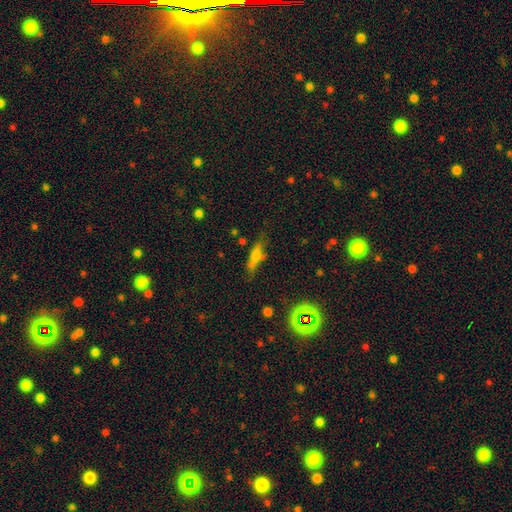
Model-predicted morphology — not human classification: A smooth galaxy with no disk features (51%) that is cigar-shaped (70%).

Vote fractions:
- Smooth or featured? smooth: 51% / featured or disk: 36% / star or artifact: 13%
- How rounded? cigar-shaped: 70% / in between: 26% / round: 4%
- Merging? none: 66% / minor disturbance: 20% / major disturbance: 7% / merger: 7%